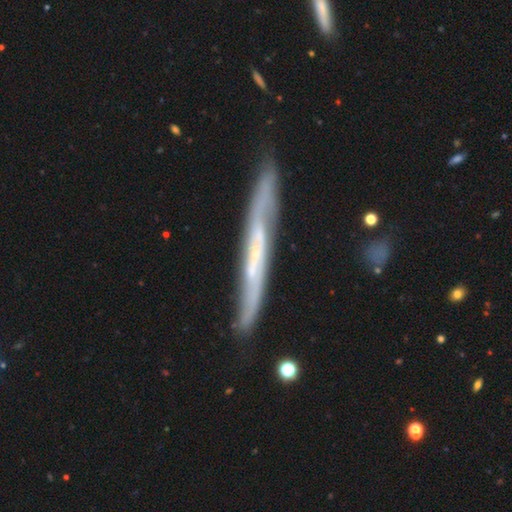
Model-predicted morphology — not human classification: Smooth or featured? Predicted: featured or disk (p=0.72). Edge-on disk? Predicted: yes (p=0.80). Edge-on bulge? Predicted: none (p=0.77). Merging? Predicted: none (p=0.80).